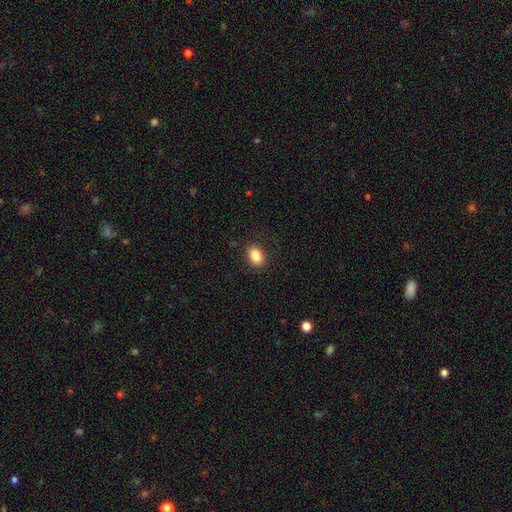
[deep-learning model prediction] smooth-or-featured: smooth: 85% | star or artifact: 9% | featured or disk: 6%
  how-rounded: in between: 75% | round: 24% | cigar-shaped: 1%
  merging: none: 88% | minor disturbance: 8% | major disturbance: 2% | merger: 1%